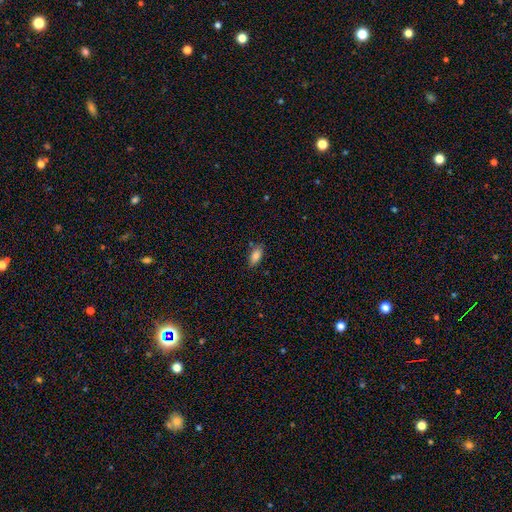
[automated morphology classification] A smooth galaxy with no disk features (83%) that is in between round and cigar-shaped (86%).

Vote fractions:
- Smooth or featured? smooth: 83% / star or artifact: 9% / featured or disk: 8%
- How rounded? in between: 86% / cigar-shaped: 10% / round: 3%
- Merging? none: 73% / minor disturbance: 20% / major disturbance: 4% / merger: 3%